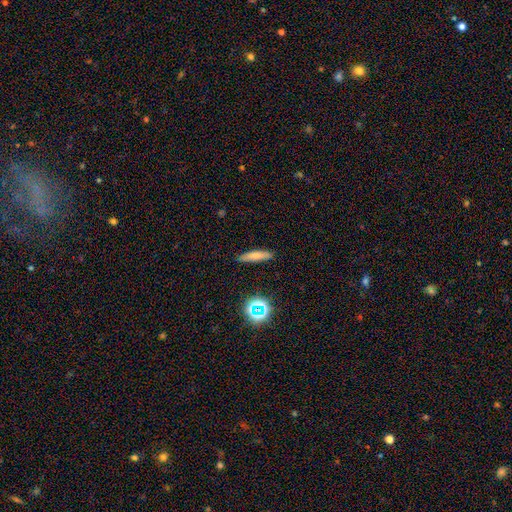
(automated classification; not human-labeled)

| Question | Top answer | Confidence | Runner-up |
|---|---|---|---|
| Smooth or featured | smooth | 71% | featured or disk (17%) |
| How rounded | cigar-shaped | 78% | in between (19%) |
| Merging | none | 87% | minor disturbance (9%) |